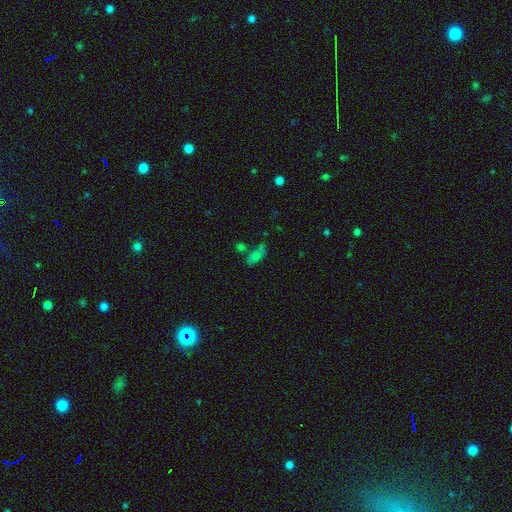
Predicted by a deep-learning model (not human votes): Smooth or featured? Predicted: smooth (p=0.66). How rounded? Predicted: in between (p=0.78). Merging? Predicted: none (p=0.45).